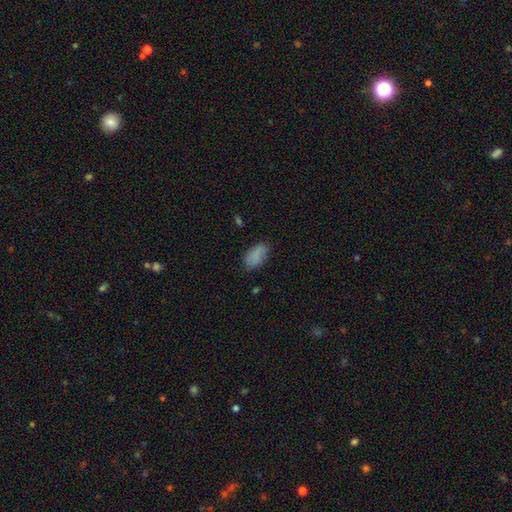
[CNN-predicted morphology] smooth 84%, star or artifact 8%, featured or disk 8%. Down the decision tree: how rounded — in between (93%); merging — none (75%).